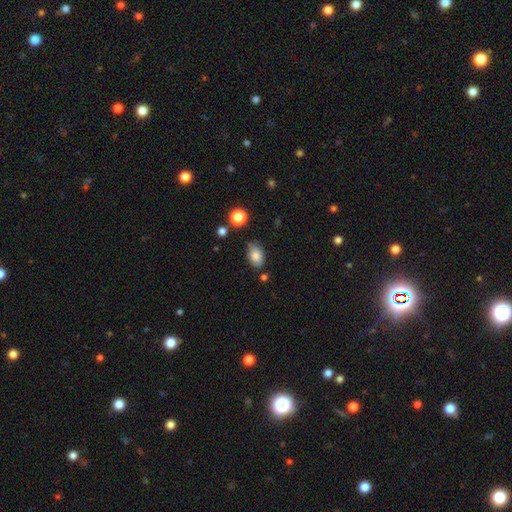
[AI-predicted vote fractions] Smooth or featured?
  - smooth: 82% *
  - featured or disk: 9%
  - star or artifact: 9%
How rounded?
  - in between: 86% *
  - round: 13%
  - cigar-shaped: 1%
Merging?
  - none: 72% *
  - minor disturbance: 19%
  - merger: 5%
  - major disturbance: 4%